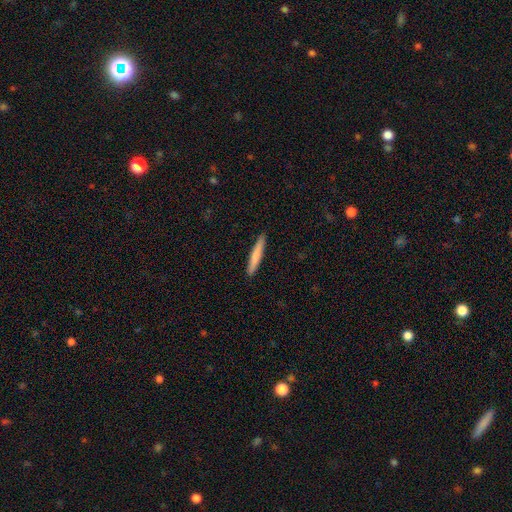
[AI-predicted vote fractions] Smooth or featured? Predicted: smooth (p=0.75). How rounded? Predicted: cigar-shaped (p=0.95). Merging? Predicted: none (p=0.92).